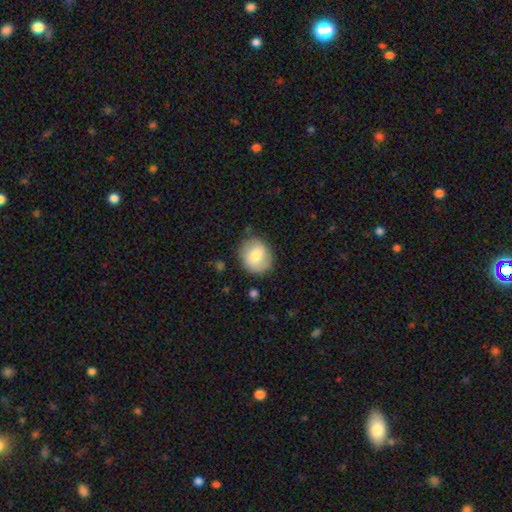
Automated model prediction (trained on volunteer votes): Overall: smooth (72%). How rounded: round (70%). Merging: none (79%).